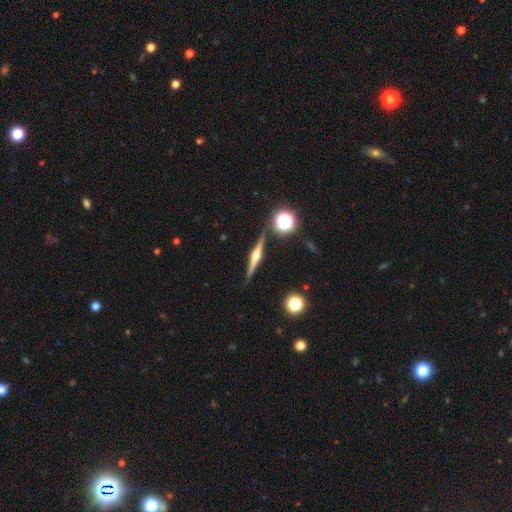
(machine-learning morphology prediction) A featured or disk galaxy (76%) viewed edge-on (98%) with a rounded central bulge (89%).

Vote fractions:
- Smooth or featured? featured or disk: 76% / smooth: 16% / star or artifact: 8%
- Edge-on disk? yes: 98% / no: 2%
- Edge-on bulge? rounded: 89% / boxy: 6% / none: 4%
- Merging? none: 87% / minor disturbance: 8% / merger: 3% / major disturbance: 2%